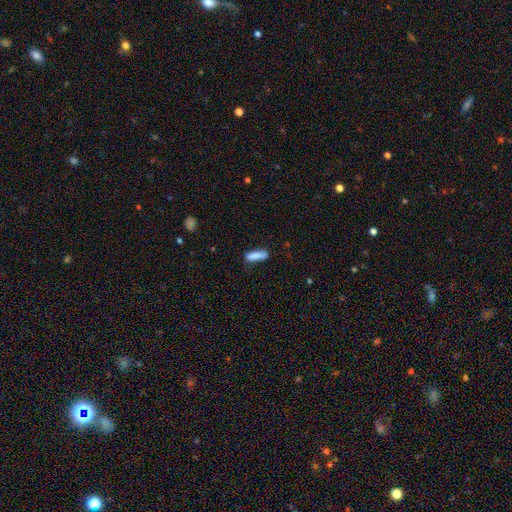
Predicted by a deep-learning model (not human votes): smooth_or_featured: smooth (p=0.85) [alt: featured or disk p=0.08]
how_rounded: cigar-shaped (p=0.66) [alt: in between p=0.32]
merging: none (p=0.72) [alt: minor disturbance p=0.20]